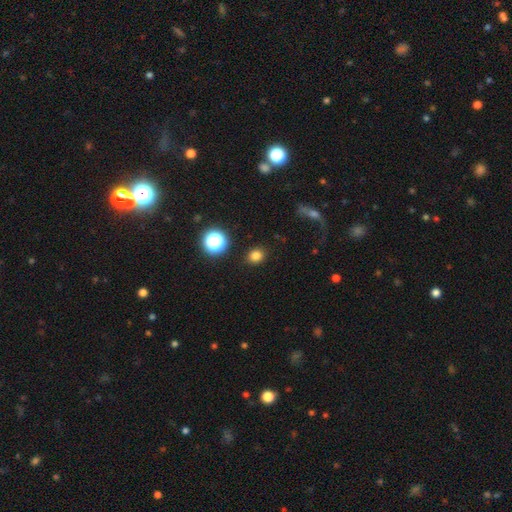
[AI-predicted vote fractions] A smooth galaxy with no disk features (79%) that is round (74%). Merging: none (90%).